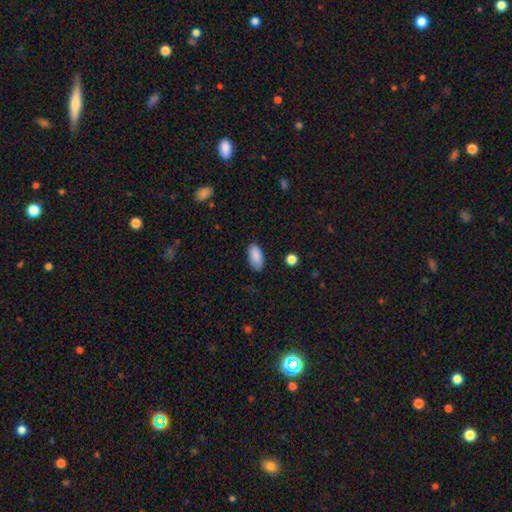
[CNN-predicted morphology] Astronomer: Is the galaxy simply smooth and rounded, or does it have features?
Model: smooth — 89%.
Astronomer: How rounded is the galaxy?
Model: in between — 93%.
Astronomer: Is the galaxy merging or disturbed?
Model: none — 80%.